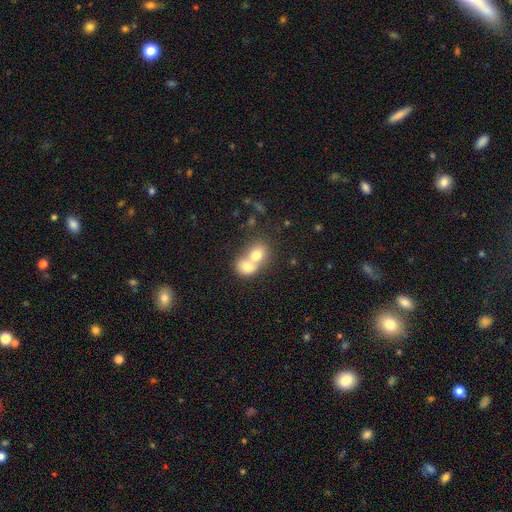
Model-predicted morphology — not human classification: smooth 70%, featured or disk 20%, star or artifact 10%. Down the decision tree: how rounded — round (60%); merging — merger (74%).